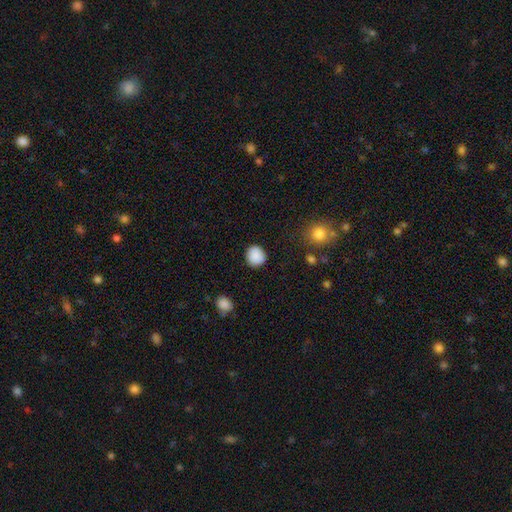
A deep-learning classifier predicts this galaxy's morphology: A smooth galaxy with no disk features (88%) that is round (84%).

Vote fractions:
- Smooth or featured? smooth: 88% / star or artifact: 8% / featured or disk: 3%
- How rounded? round: 84% / in between: 15% / cigar-shaped: 1%
- Merging? none: 85% / minor disturbance: 10% / major disturbance: 3% / merger: 1%